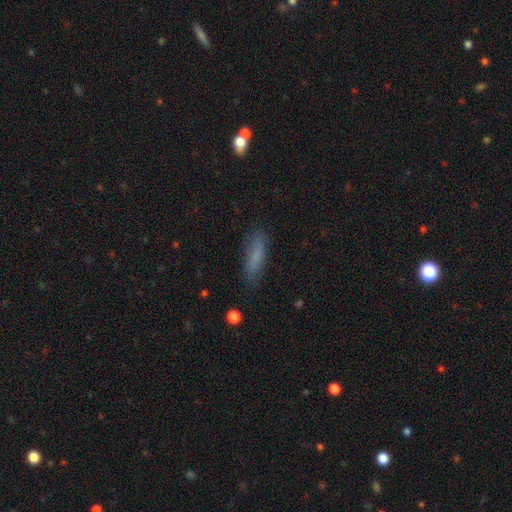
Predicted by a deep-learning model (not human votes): Overall: smooth (78%). How rounded: cigar-shaped (63%; in between 35%). Merging: none (78%).